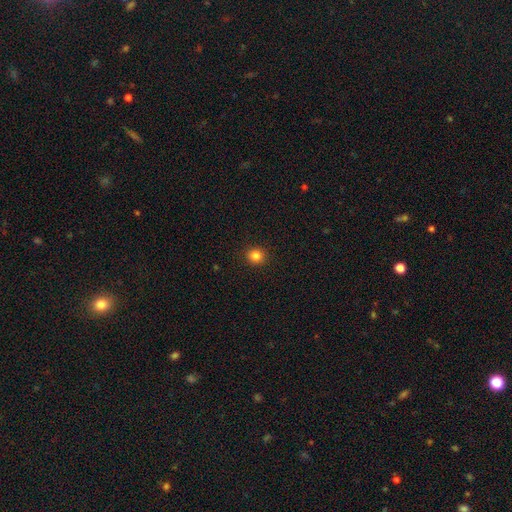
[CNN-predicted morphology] Smooth or featured? smooth (84%)
How rounded? round (89%)
Merging? none (92%)